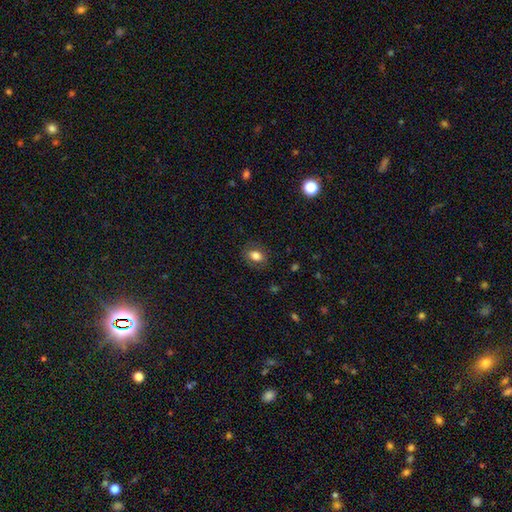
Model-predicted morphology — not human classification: smooth-or-featured: smooth: 79% | featured or disk: 11% | star or artifact: 9%
  how-rounded: in between: 74% | round: 25% | cigar-shaped: 1%
  merging: none: 82% | minor disturbance: 13% | major disturbance: 4% | merger: 1%